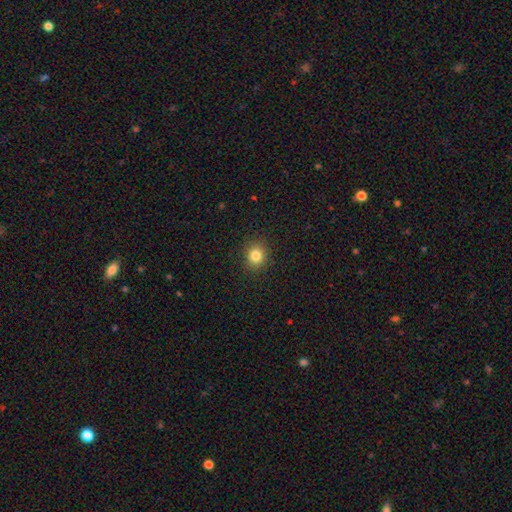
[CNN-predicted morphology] Overall: smooth (83%). How rounded: round (82%). Merging: none (90%).